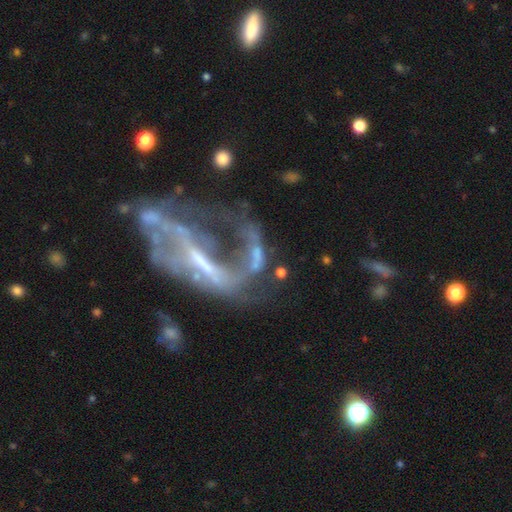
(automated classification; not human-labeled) Q: Smooth or featured?
A: featured or disk (67%); runner-up: smooth (17%)
Q: Edge-on disk?
A: no (88%); runner-up: yes (12%)
Q: Bar?
A: strong (40%); runner-up: no (37%)
Q: Spiral arms?
A: no (58%); runner-up: yes (42%)
Q: Bulge size?
A: none (44%); runner-up: small (25%)
Q: Merging?
A: major disturbance (42%); runner-up: none (28%)